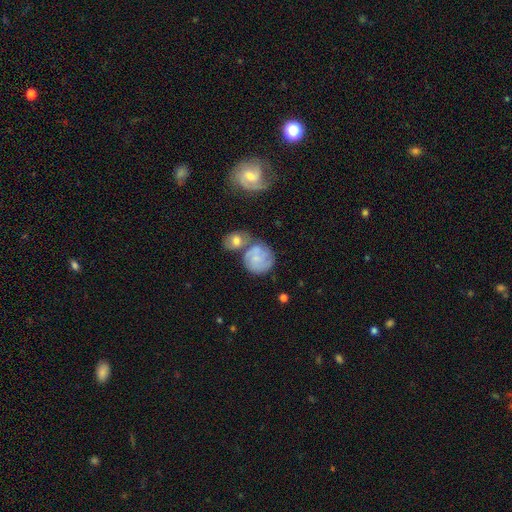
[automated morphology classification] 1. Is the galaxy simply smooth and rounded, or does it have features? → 52% featured or disk, 40% smooth, 8% star or artifact.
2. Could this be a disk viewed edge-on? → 97% no, 3% yes.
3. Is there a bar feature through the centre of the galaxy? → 71% no, 25% weak, 4% strong.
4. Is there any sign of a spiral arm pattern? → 83% yes, 17% no.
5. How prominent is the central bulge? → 53% small, 25% none, 18% moderate, 2% large, 2% dominant.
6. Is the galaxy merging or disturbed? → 48% none, 28% merger, 16% minor disturbance, 7% major disturbance.